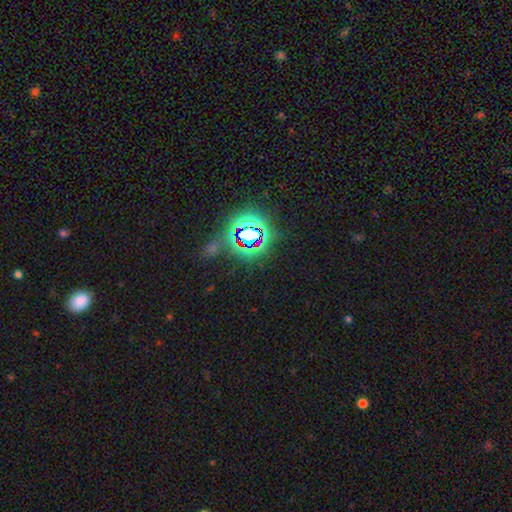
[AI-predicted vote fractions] Smooth or featured? Predicted: star or artifact (p=0.80).